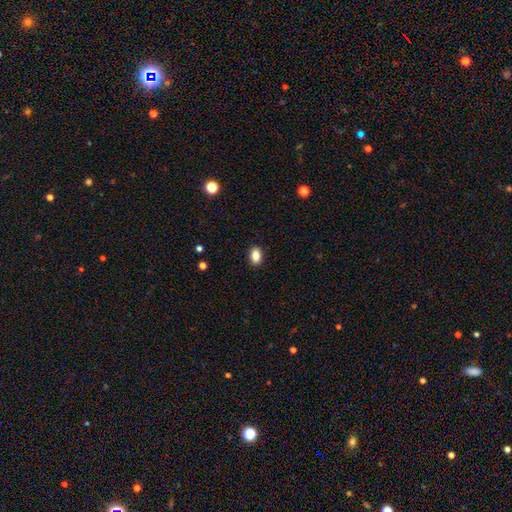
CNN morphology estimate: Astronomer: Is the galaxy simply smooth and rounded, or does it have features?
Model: smooth — 84%.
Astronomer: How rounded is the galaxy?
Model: in between — 82%.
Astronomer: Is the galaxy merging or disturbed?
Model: none — 90%.